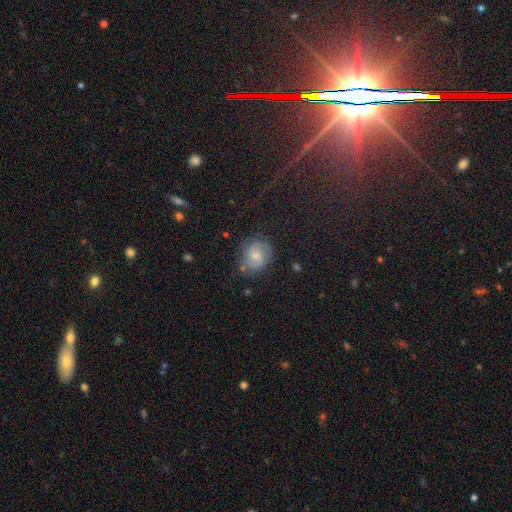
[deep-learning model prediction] Smooth or featured? Predicted: featured or disk (p=0.49). Merging? Predicted: none (p=0.73).